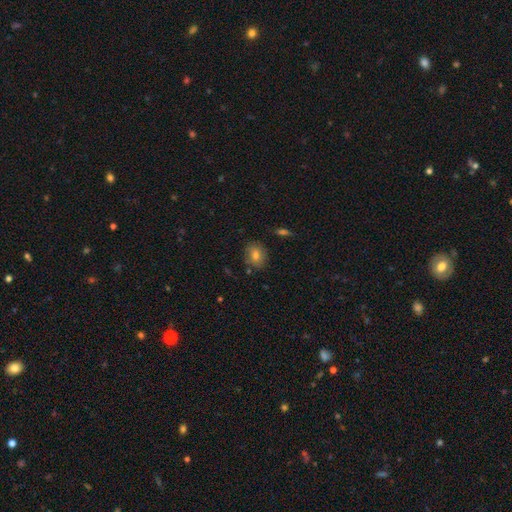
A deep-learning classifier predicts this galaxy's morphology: Q: Smooth or featured?
A: smooth (76%); runner-up: featured or disk (14%)
Q: How rounded?
A: round (54%); runner-up: in between (45%)
Q: Merging?
A: none (82%); runner-up: minor disturbance (12%)